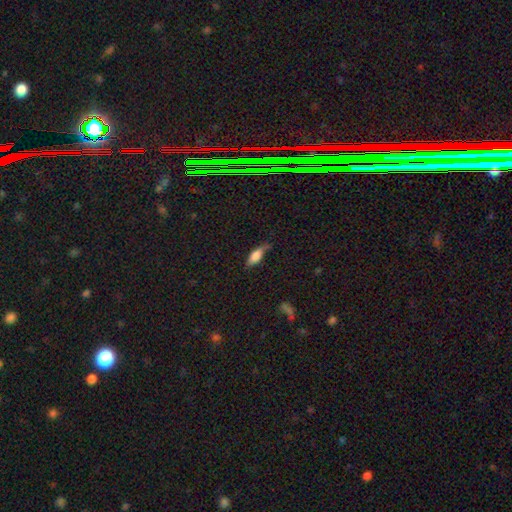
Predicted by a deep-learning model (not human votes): Smooth or featured? Predicted: smooth (p=0.69). How rounded? Predicted: in between (p=0.68). Merging? Predicted: none (p=0.54).